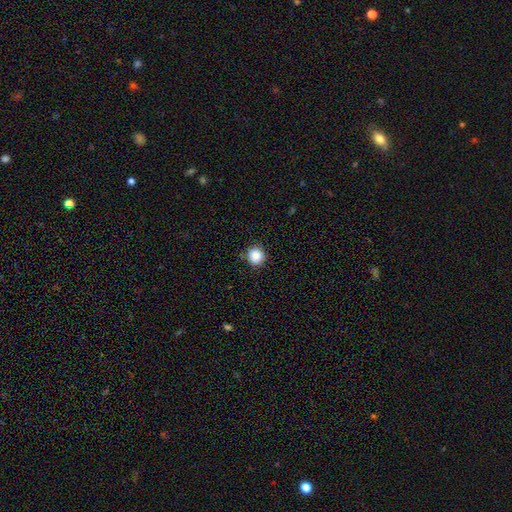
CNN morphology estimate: smooth_or_featured: smooth (p=0.87) [alt: star or artifact p=0.10]
how_rounded: round (p=0.93) [alt: in between p=0.06]
merging: none (p=0.87) [alt: minor disturbance p=0.09]